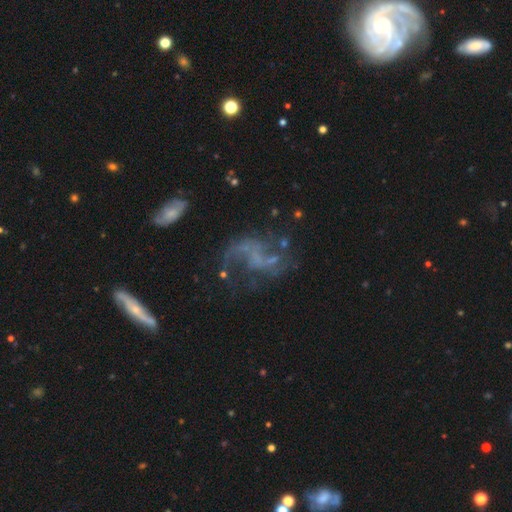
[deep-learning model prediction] Smooth or featured? featured or disk (74%)
Edge-on disk? no (96%)
Bar? no (54%)
Spiral arms? yes (76%)
Spiral winding? loose (72%)
Spiral arm count? 2 (73%)
Bulge size? none (68%)
Merging? none (48%)